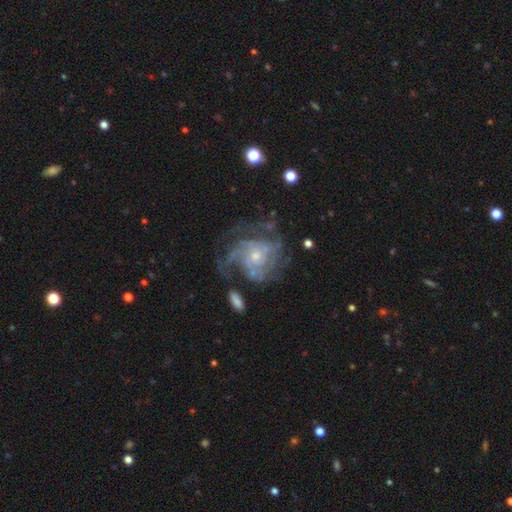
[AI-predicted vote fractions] This is clearly a featured or disk galaxy (84%). It is clearly not viewed edge-on (98%). Bar: likely no (73%). Spiral arm pattern: clearly yes (92%). Spiral arm count: marginally can't tell (33%). Spiral winding: possibly tight (48%). Central bulge: possibly small (60%). Merging: possibly none (58%).